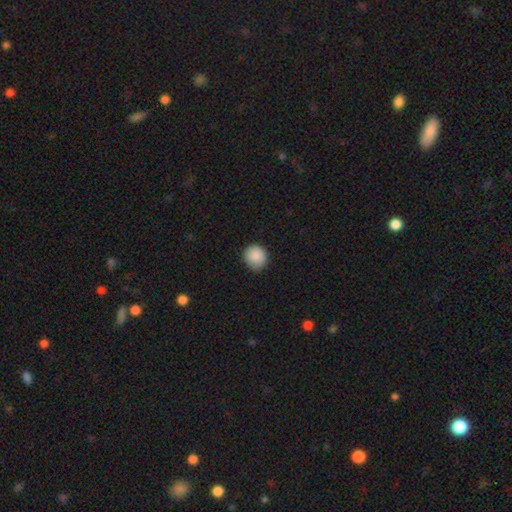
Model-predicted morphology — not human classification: This appears to be a smooth galaxy with no disk features (88%) that is round (90%). Merging: none (82%).